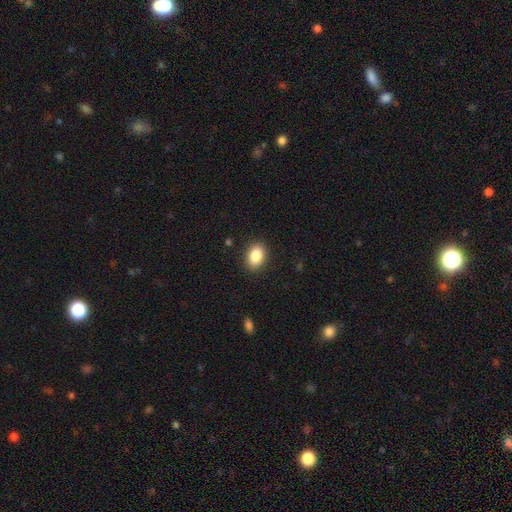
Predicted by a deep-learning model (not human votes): Smooth or featured? Predicted: smooth (p=0.86). How rounded? Predicted: in between (p=0.80). Merging? Predicted: none (p=0.89).